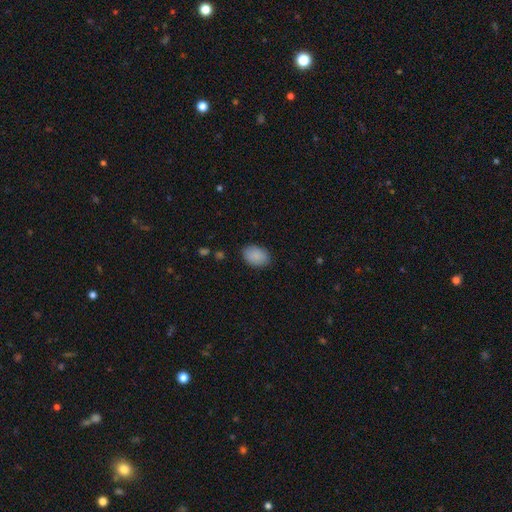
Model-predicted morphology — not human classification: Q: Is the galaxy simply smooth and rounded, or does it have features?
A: smooth — 89%.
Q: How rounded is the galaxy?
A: in between — 86%.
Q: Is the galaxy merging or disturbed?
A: none — 86%.